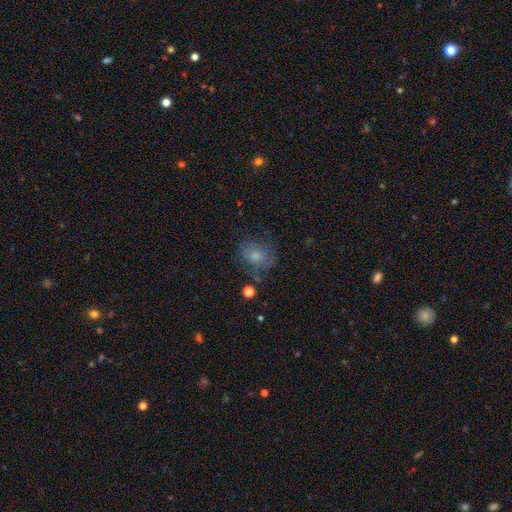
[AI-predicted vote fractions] Smooth or featured: smooth — 67% (featured or disk — 20%)
How rounded: round — 55% (in between — 44%)
Merging: none — 57% (minor disturbance — 24%)